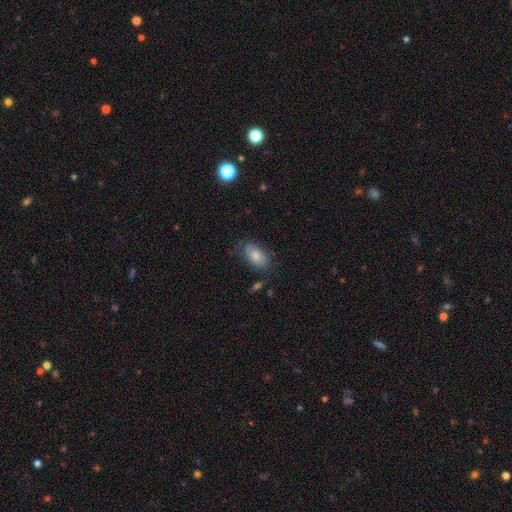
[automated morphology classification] A smooth galaxy with no disk features (81%) that is in between round and cigar-shaped (92%). Merging: none (73%).